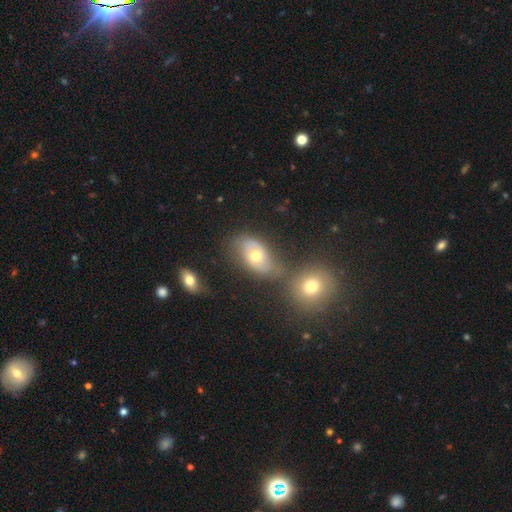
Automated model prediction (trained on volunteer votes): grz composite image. It shows a smooth galaxy with no disk features (44%, tied with featured or disk). Merging: none (56%).